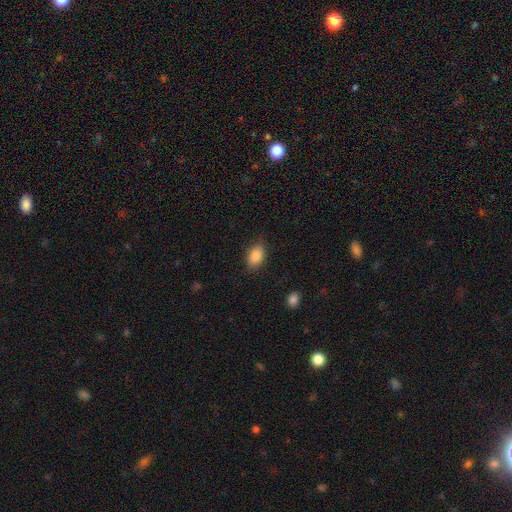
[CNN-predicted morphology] Overall: smooth (85%). How rounded: in between (89%). Merging: none (85%).